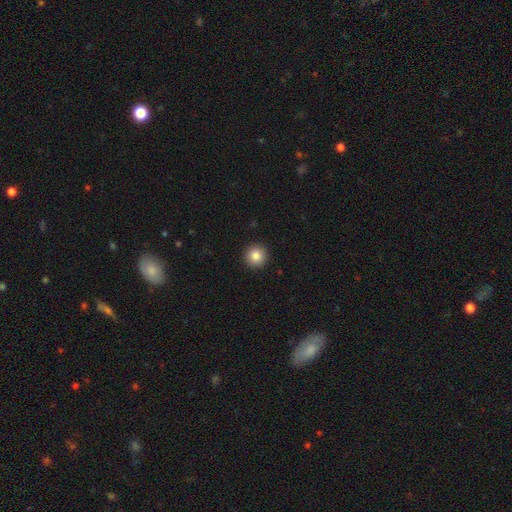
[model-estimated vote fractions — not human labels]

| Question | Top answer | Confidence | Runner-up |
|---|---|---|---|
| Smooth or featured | smooth | 84% | star or artifact (10%) |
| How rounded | round | 96% | in between (3%) |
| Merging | none | 93% | minor disturbance (4%) |